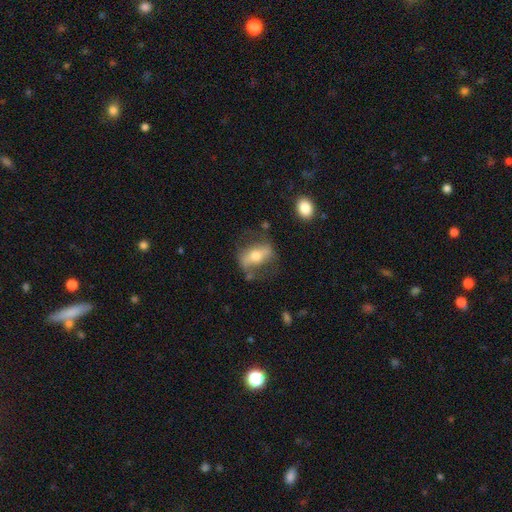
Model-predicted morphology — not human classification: smooth-or-featured: featured or disk: 58% | smooth: 34% | star or artifact: 7%
  disk-edge-on: no: 69% | yes: 31%
  merging: none: 63% | minor disturbance: 19% | major disturbance: 14% | merger: 4%